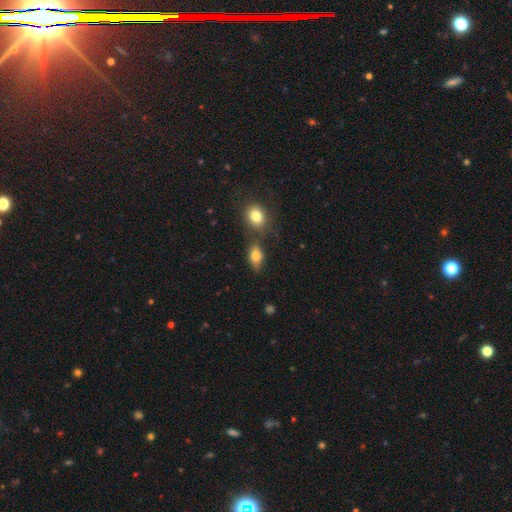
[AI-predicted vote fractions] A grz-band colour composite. It shows a smooth galaxy with no disk features (78%) that is in between round and cigar-shaped (82%). Merging: none (60%).